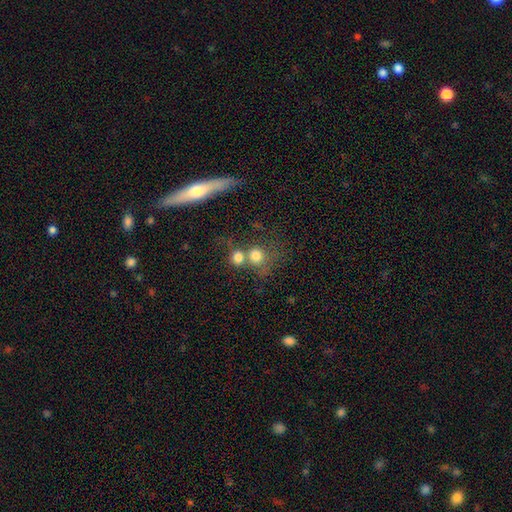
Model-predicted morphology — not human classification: Smooth or featured? Predicted: smooth (p=0.75). How rounded? Predicted: round (p=0.81). Merging? Predicted: merger (p=0.51).